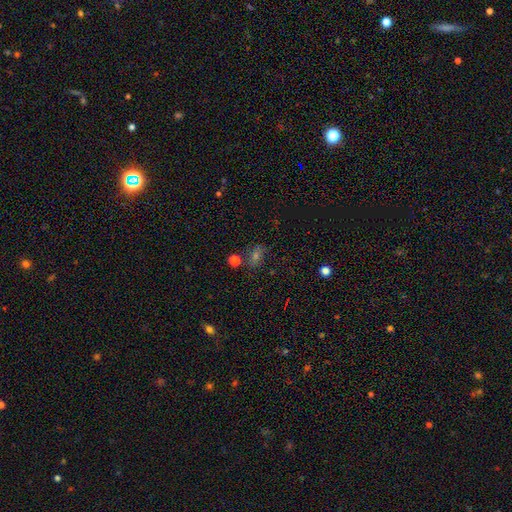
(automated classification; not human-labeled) Q: Smooth or featured?
A: smooth (44%); runner-up: star or artifact (33%)
Q: Merging?
A: none (71%); runner-up: minor disturbance (15%)